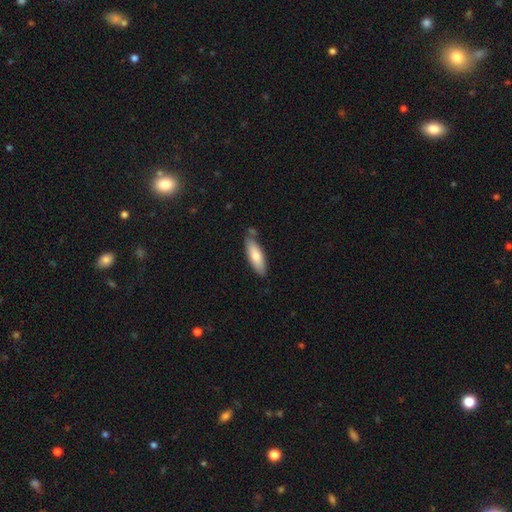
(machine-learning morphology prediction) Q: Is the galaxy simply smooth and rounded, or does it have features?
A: smooth — 76%.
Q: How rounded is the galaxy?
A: in between — 56%.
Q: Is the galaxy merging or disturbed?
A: none — 74%.